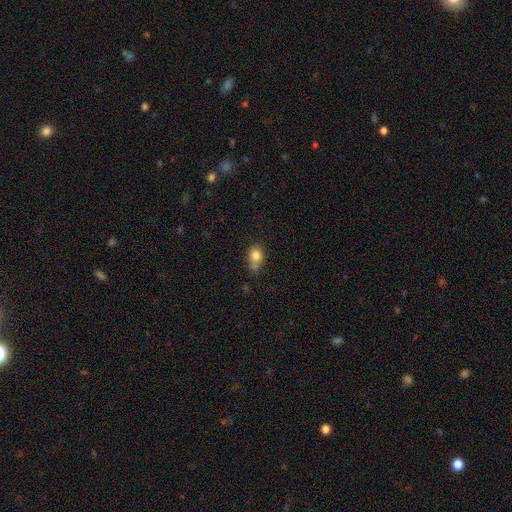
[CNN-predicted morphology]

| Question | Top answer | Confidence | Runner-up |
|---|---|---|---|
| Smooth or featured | smooth | 81% | star or artifact (10%) |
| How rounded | round | 57% | in between (42%) |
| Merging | none | 44% | merger (27%) |